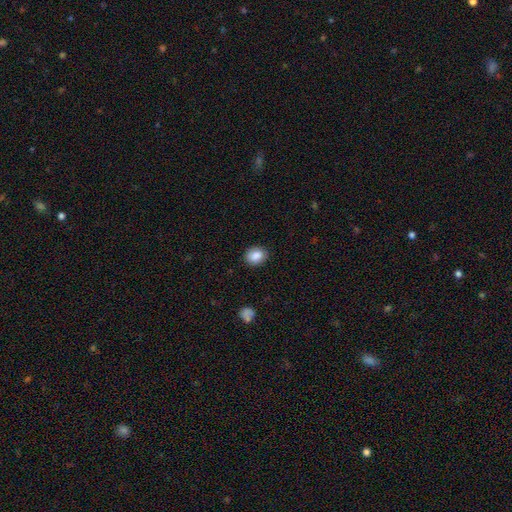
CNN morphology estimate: Overall: smooth (87%). How rounded: round (56%; in between 43%). Merging: none (87%).